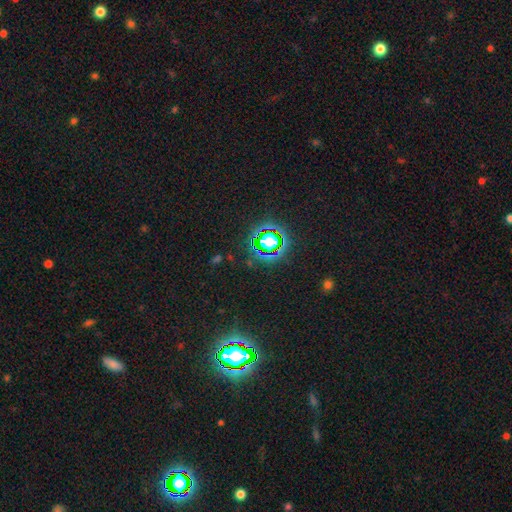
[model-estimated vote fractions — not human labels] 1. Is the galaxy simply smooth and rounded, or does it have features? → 80% star or artifact, 13% smooth, 7% featured or disk.